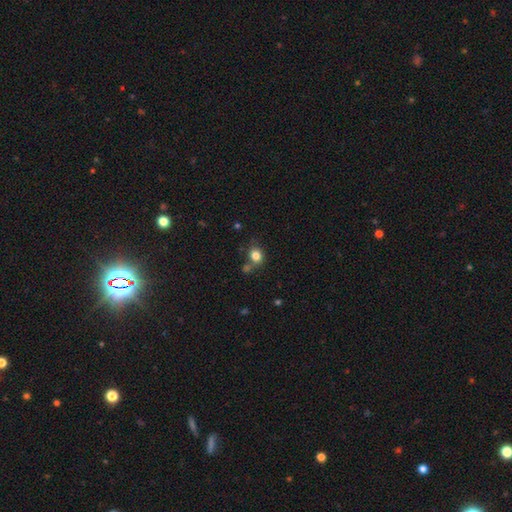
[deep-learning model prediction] The model was most divided on "how rounded": round: 64%, in between: 35%, cigar-shaped: 1%. More confident: smooth or featured — smooth (82%); merging — none (63%).